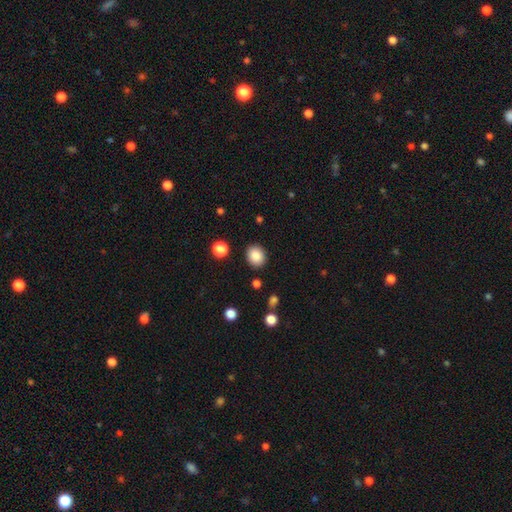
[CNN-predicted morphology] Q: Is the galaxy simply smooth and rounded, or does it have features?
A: smooth — 87%.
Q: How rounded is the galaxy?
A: round — 66%.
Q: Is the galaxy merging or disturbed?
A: none — 88%.